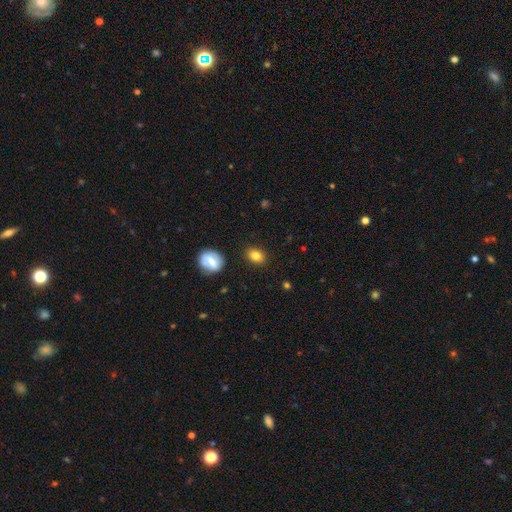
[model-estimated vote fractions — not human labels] This is clearly a smooth galaxy (82%). How rounded: likely in between (68%). Merging: clearly none (87%).